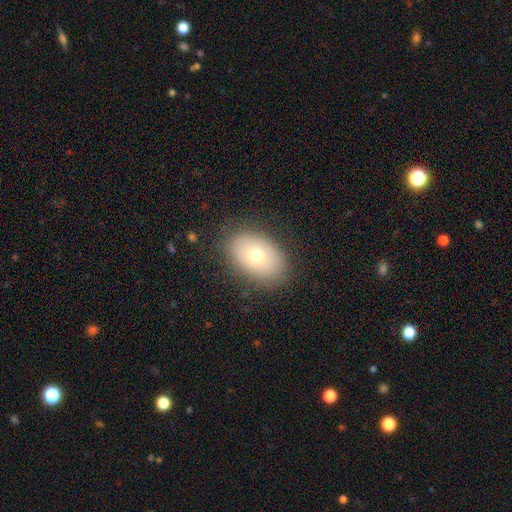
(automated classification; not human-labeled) smooth-or-featured: smooth: 65% | featured or disk: 26% | star or artifact: 9%
  how-rounded: in between: 85% | round: 14% | cigar-shaped: 1%
  merging: none: 83% | minor disturbance: 12% | major disturbance: 4% | merger: 1%